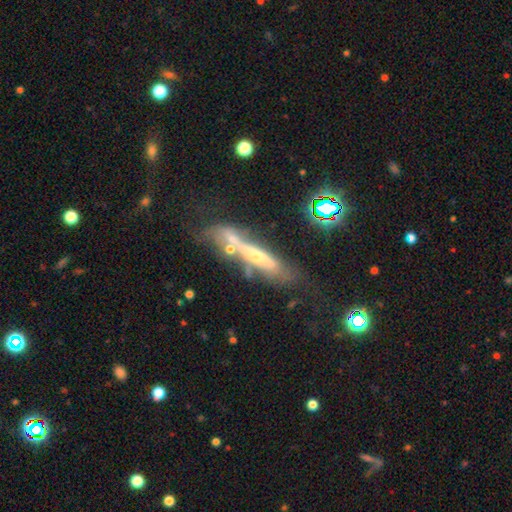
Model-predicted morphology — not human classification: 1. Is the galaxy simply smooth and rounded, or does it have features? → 62% featured or disk, 27% smooth, 11% star or artifact.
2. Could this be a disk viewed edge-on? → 75% yes, 25% no.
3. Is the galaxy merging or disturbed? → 42% none, 22% merger, 22% minor disturbance, 14% major disturbance.